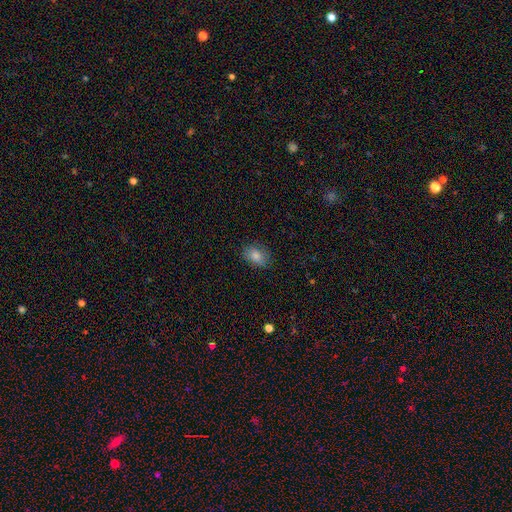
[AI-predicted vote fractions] smooth 80%, star or artifact 11%, featured or disk 9%. Down the decision tree: how rounded — in between (75%); merging — none (83%).